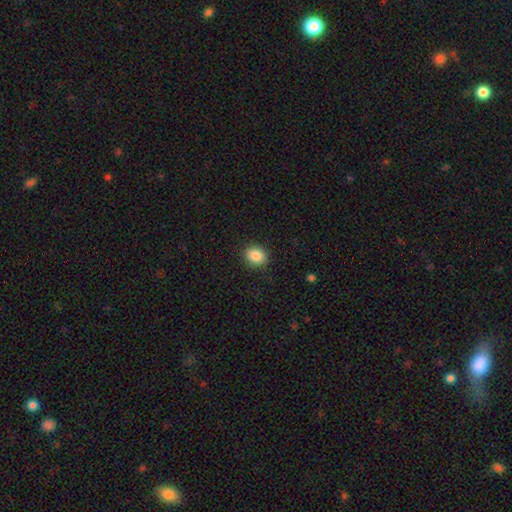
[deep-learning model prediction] Smooth or featured: smooth — 87% (star or artifact — 9%)
How rounded: round — 62% (in between — 37%)
Merging: none — 88% (minor disturbance — 9%)